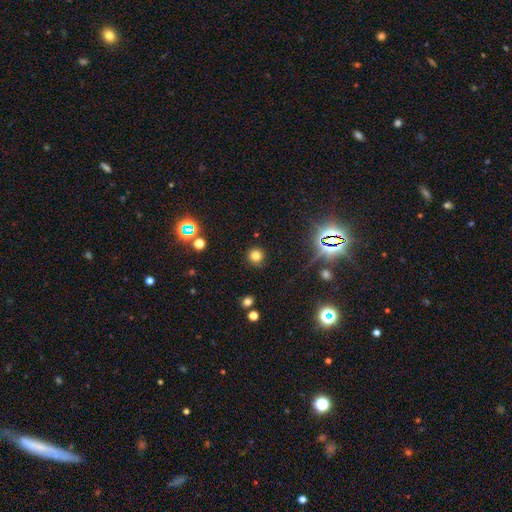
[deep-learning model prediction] This appears to be a smooth galaxy with no disk features (74%) that is round (92%). Merging: none (85%).